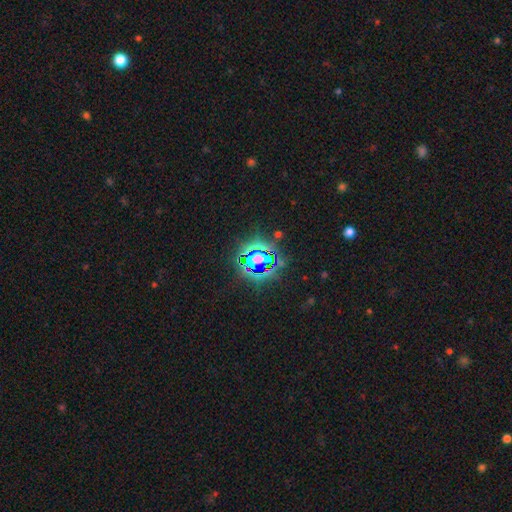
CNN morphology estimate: Smooth or featured?
  - star or artifact: 81% *
  - smooth: 12%
  - featured or disk: 6%